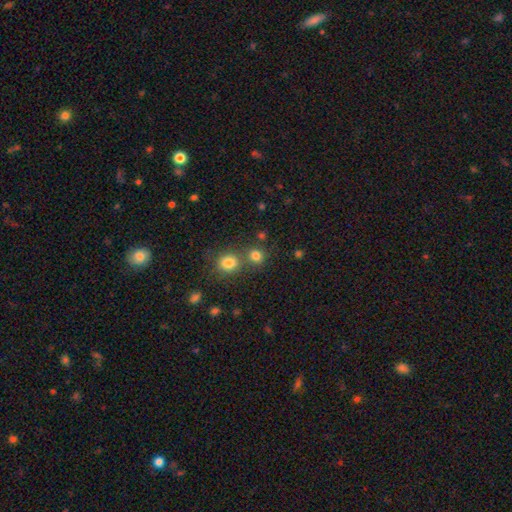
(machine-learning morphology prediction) smooth_or_featured: smooth (p=0.79) [alt: star or artifact p=0.15]
how_rounded: round (p=0.84) [alt: in between p=0.15]
merging: none (p=0.61) [alt: merger p=0.29]